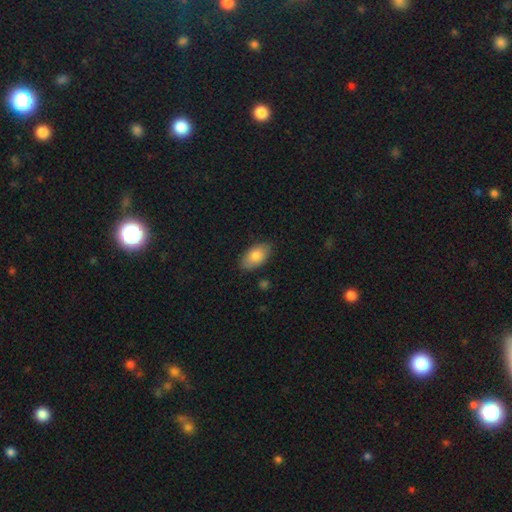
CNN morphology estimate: Smooth or featured? Predicted: smooth (p=0.83). How rounded? Predicted: in between (p=0.94). Merging? Predicted: none (p=0.84).